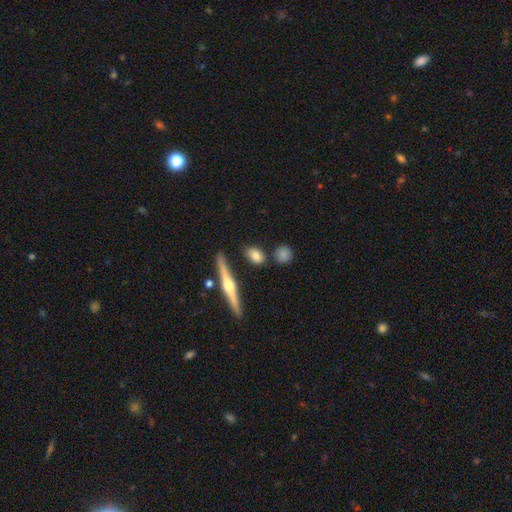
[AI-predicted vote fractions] smooth 72%, featured or disk 21%, star or artifact 8%. Down the decision tree: how rounded — in between (60%); merging — none (79%).